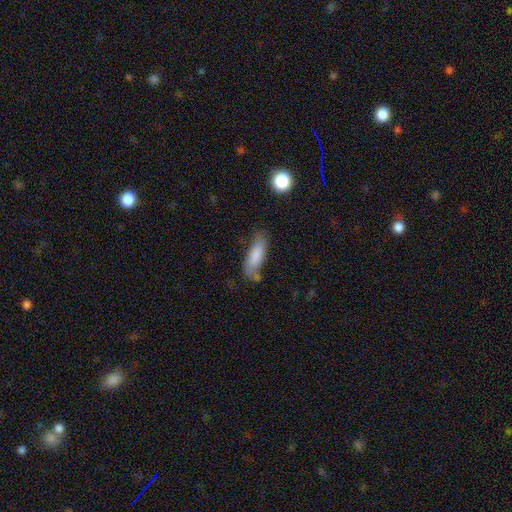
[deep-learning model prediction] Q: Smooth or featured?
A: smooth (80%); runner-up: featured or disk (13%)
Q: How rounded?
A: in between (56%); runner-up: cigar-shaped (42%)
Q: Merging?
A: none (60%); runner-up: minor disturbance (26%)